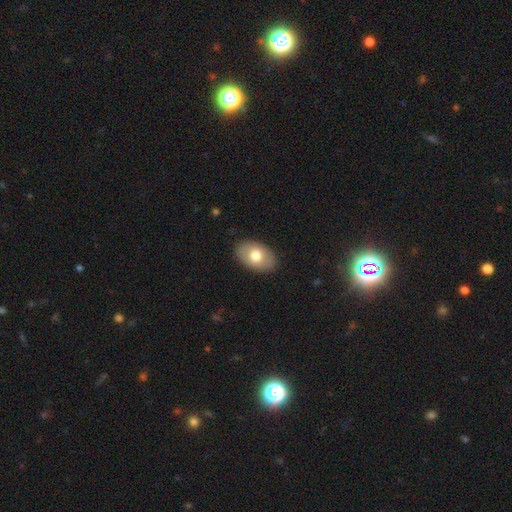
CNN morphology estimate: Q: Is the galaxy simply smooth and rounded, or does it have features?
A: smooth — 71%.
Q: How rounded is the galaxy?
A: in between — 89%.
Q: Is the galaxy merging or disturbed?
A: none — 88%.